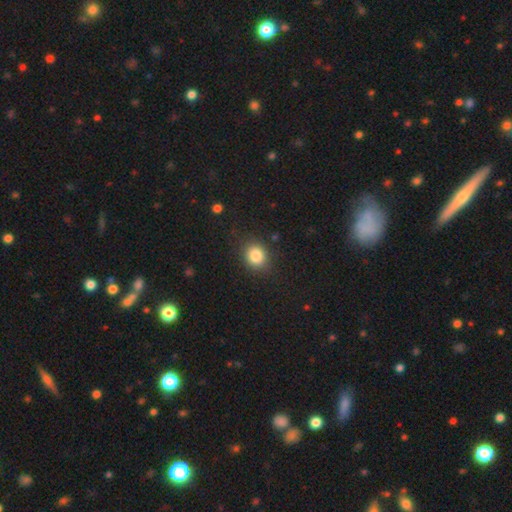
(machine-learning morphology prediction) A smooth galaxy with no disk features (84%) that is round (66%).

Vote fractions:
- Smooth or featured? smooth: 84% / star or artifact: 10% / featured or disk: 6%
- How rounded? round: 66% / in between: 33% / cigar-shaped: 1%
- Merging? none: 85% / minor disturbance: 10% / major disturbance: 3% / merger: 1%